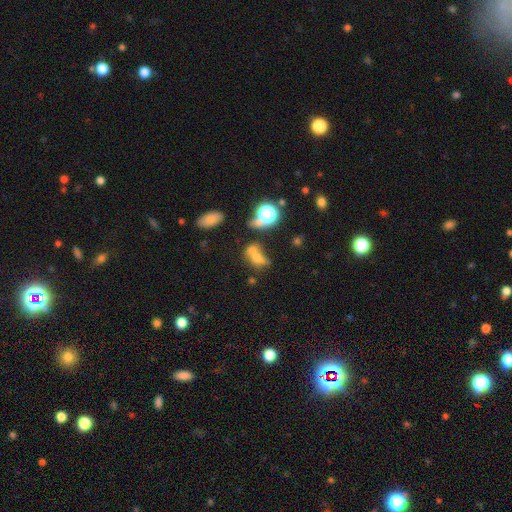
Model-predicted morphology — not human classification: Smooth or featured? smooth (59%)
How rounded? in between (52%)
Merging? merger (56%)